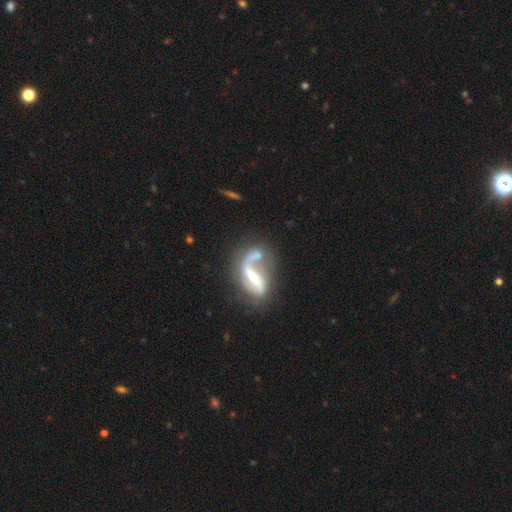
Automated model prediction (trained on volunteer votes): Smooth or featured? Predicted: featured or disk (p=0.72). Edge-on disk? Predicted: no (p=0.93). Bar? Predicted: strong (p=0.42). Spiral arms? Predicted: yes (p=0.80). Spiral winding? Predicted: loose (p=0.69). Spiral arm count? Predicted: 1 (p=0.47). Bulge size? Predicted: small (p=0.30, tied with moderate). Merging? Predicted: none (p=0.36).